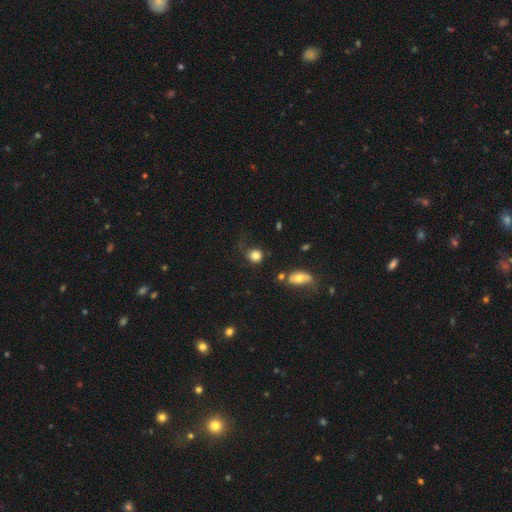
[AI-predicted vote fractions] This is clearly a smooth galaxy (82%). How rounded: clearly round (82%). Merging: possibly none (56%).